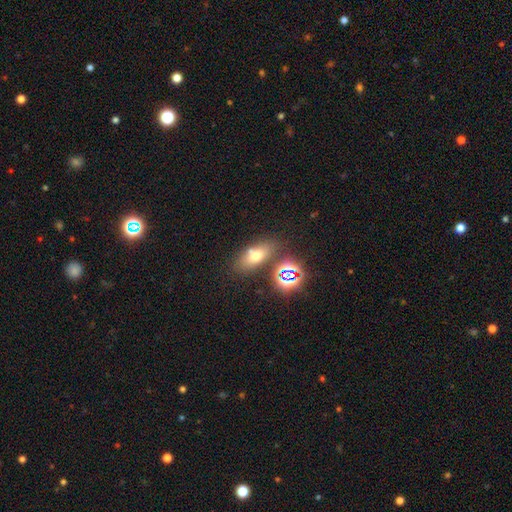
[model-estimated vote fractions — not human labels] A smooth galaxy with no disk features (61%) that is in between round and cigar-shaped (73%).

Vote fractions:
- Smooth or featured? smooth: 61% / star or artifact: 22% / featured or disk: 17%
- How rounded? in between: 73% / round: 17% / cigar-shaped: 10%
- Merging? none: 69% / merger: 14% / minor disturbance: 12% / major disturbance: 5%